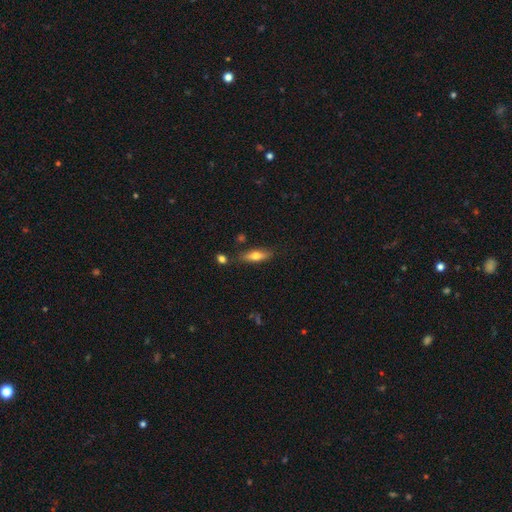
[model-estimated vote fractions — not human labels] The model was most divided on "how rounded": cigar-shaped: 53%, in between: 44%, round: 3%. More confident: merging — none (80%); smooth or featured — smooth (57%).